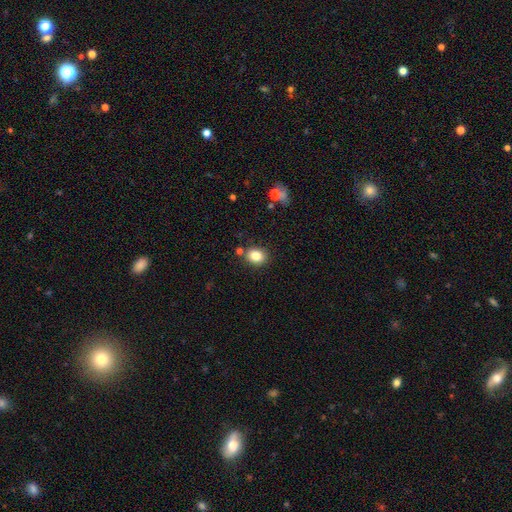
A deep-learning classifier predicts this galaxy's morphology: type=smooth (82%); roundness=round (59%); merging=none (83%).